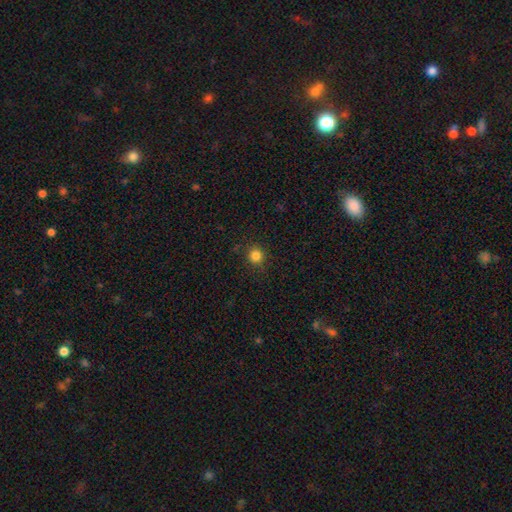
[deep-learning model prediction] The model was most divided on "smooth or featured": smooth: 83%, star or artifact: 13%, featured or disk: 4%. More confident: how rounded — round (93%); merging — none (90%).